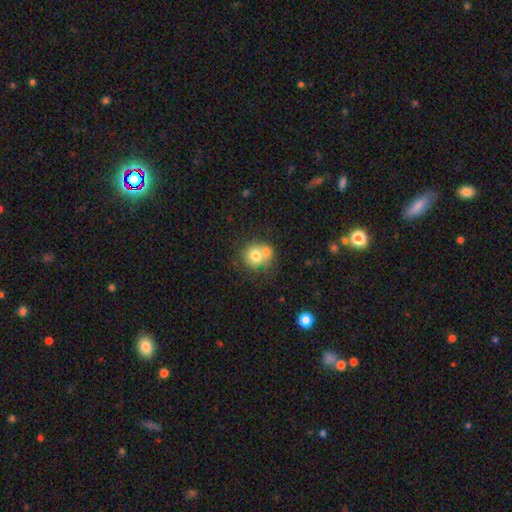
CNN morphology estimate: Smooth or featured? smooth (72%)
How rounded? round (82%)
Merging? merger (46%)